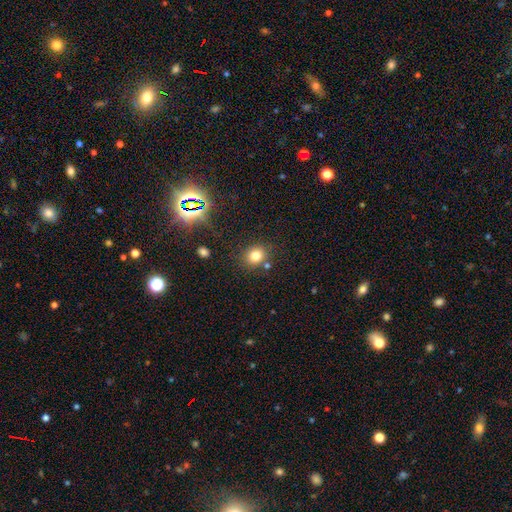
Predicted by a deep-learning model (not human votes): A smooth galaxy with no disk features (77%) that is round (74%).

Vote fractions:
- Smooth or featured? smooth: 77% / star or artifact: 15% / featured or disk: 7%
- How rounded? round: 74% / in between: 25% / cigar-shaped: 1%
- Merging? none: 79% / minor disturbance: 10% / merger: 8% / major disturbance: 3%